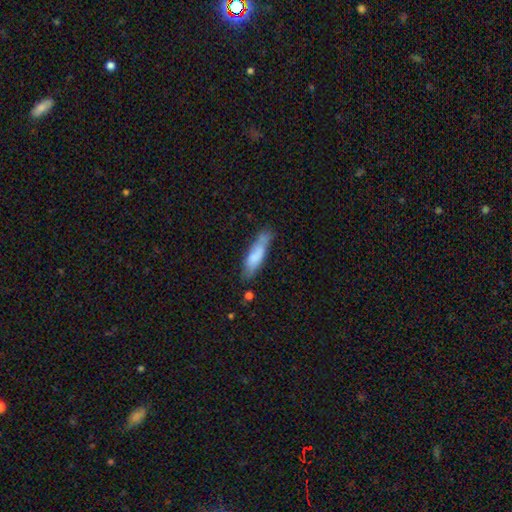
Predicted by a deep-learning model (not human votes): A smooth galaxy with no disk features (74%) that is cigar-shaped (63%).

Vote fractions:
- Smooth or featured? smooth: 74% / featured or disk: 20% / star or artifact: 6%
- How rounded? cigar-shaped: 63% / in between: 35% / round: 2%
- Merging? none: 62% / minor disturbance: 26% / major disturbance: 7% / merger: 6%